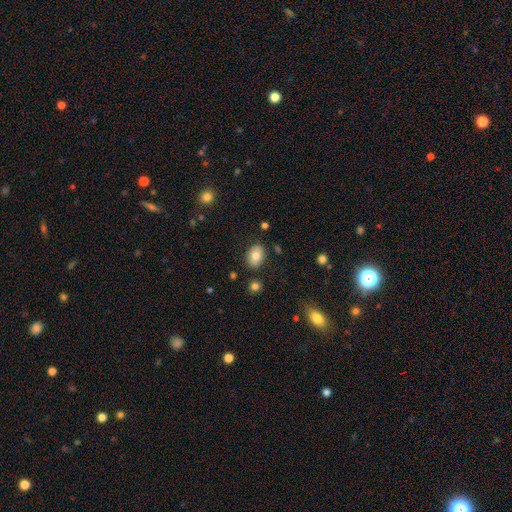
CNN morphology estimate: A smooth galaxy with no disk features (78%) that is in between round and cigar-shaped (77%).

Vote fractions:
- Smooth or featured? smooth: 78% / featured or disk: 13% / star or artifact: 8%
- How rounded? in between: 77% / round: 22% / cigar-shaped: 1%
- Merging? none: 84% / minor disturbance: 11% / major disturbance: 2% / merger: 2%